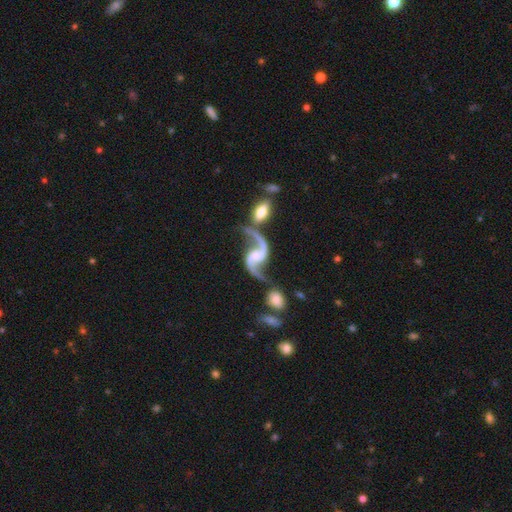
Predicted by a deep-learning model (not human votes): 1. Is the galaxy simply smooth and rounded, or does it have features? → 93% featured or disk, 4% star or artifact, 3% smooth.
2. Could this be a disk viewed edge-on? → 97% no, 3% yes.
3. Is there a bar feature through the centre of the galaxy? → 49% no, 38% weak, 13% strong.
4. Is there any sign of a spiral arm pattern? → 98% yes, 2% no.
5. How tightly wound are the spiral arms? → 84% loose, 13% medium, 2% tight.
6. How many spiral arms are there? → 94% 2, 1% 1, 1% can't tell, 1% 3, 1% 4, 1% more than 4.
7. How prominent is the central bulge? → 37% none, 31% small, 23% moderate, 7% large, 2% dominant.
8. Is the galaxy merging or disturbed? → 56% none, 18% merger, 16% minor disturbance, 10% major disturbance.